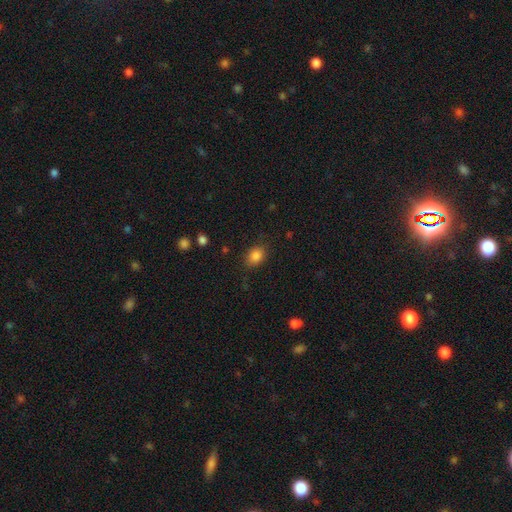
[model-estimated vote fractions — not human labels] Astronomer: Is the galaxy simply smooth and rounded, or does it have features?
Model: smooth — 85%.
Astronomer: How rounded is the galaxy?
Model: in between — 64%.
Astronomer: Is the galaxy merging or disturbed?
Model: none — 82%.